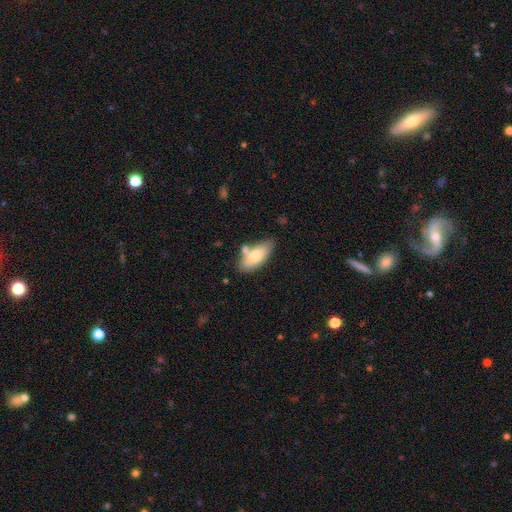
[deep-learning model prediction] smooth 69%, featured or disk 25%, star or artifact 6%. Down the decision tree: how rounded — in between (87%); merging — none (58%).